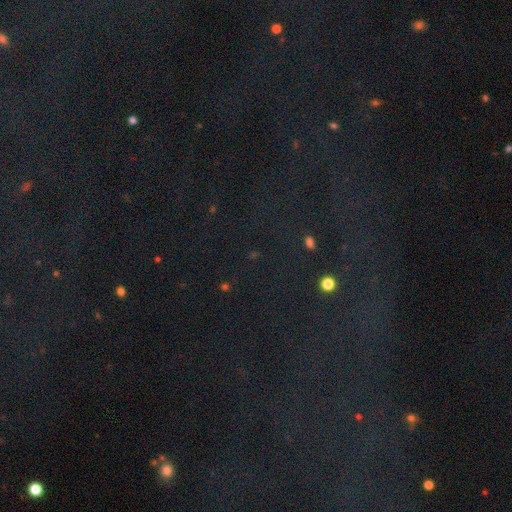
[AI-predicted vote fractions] A star or artifact, not a galaxy (80%).